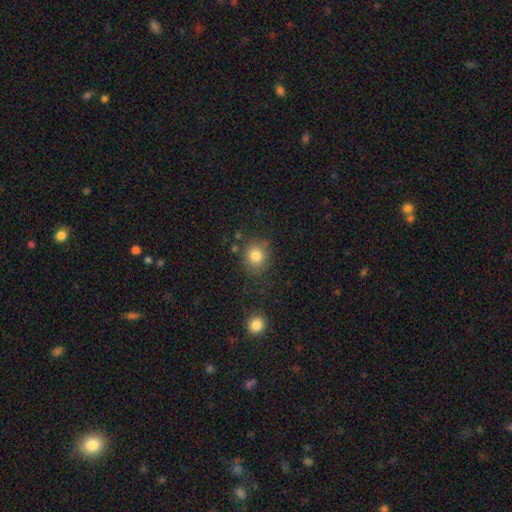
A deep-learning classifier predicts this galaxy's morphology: Smooth or featured: smooth — 82% (star or artifact — 11%)
How rounded: round — 83% (in between — 16%)
Merging: none — 80% (minor disturbance — 12%)